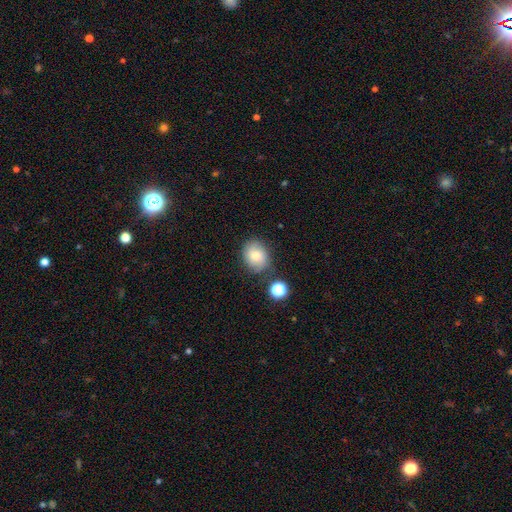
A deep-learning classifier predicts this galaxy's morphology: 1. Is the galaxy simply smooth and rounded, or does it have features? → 72% smooth, 17% featured or disk, 11% star or artifact.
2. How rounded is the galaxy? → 55% round, 44% in between, 1% cigar-shaped.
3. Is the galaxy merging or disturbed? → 73% none, 17% minor disturbance, 5% merger, 5% major disturbance.